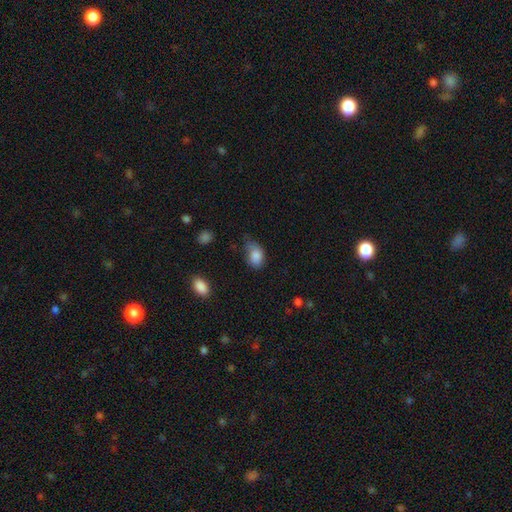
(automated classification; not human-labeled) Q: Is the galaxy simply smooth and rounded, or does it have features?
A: smooth — 84%.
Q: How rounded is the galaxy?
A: in between — 82%.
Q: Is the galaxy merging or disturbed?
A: minor disturbance — 43%.